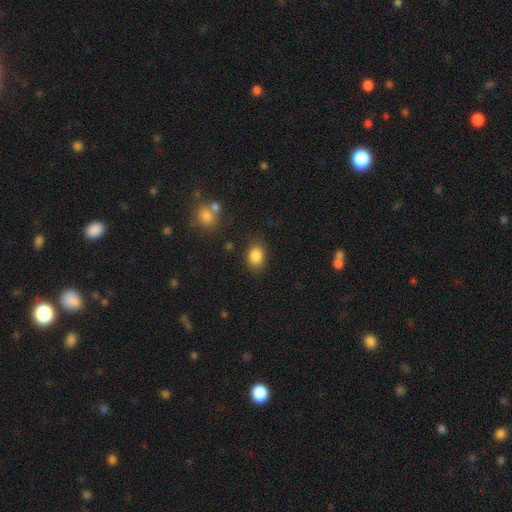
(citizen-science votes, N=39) Smooth or featured? 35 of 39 (90%) said smooth. How rounded? 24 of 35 (69%) said in between. Merging? 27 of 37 (73%) said none.